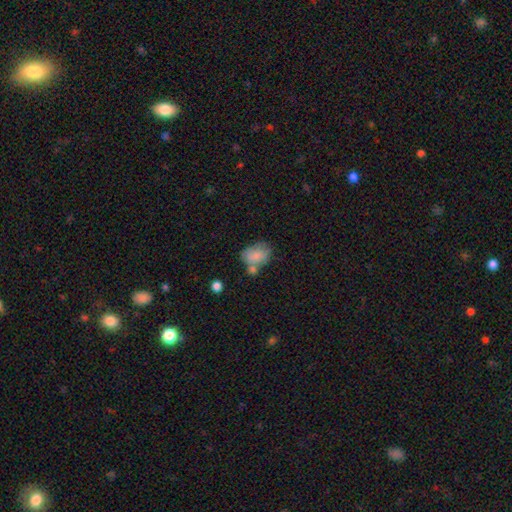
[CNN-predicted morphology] This is likely a smooth galaxy (77%). How rounded: likely in between (76%). Merging: marginally none (38%).